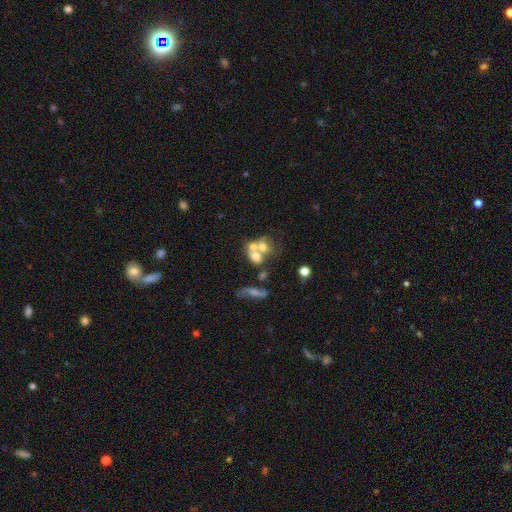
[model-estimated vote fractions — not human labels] This is possibly a smooth galaxy (54%). How rounded: possibly round (53%). Merging: likely merger (62%).